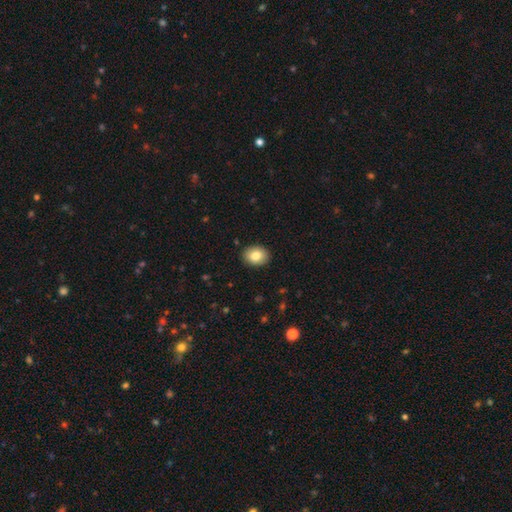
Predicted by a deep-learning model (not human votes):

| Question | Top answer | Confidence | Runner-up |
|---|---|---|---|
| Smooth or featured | smooth | 83% | featured or disk (9%) |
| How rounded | in between | 54% | round (45%) |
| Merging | none | 91% | minor disturbance (7%) |